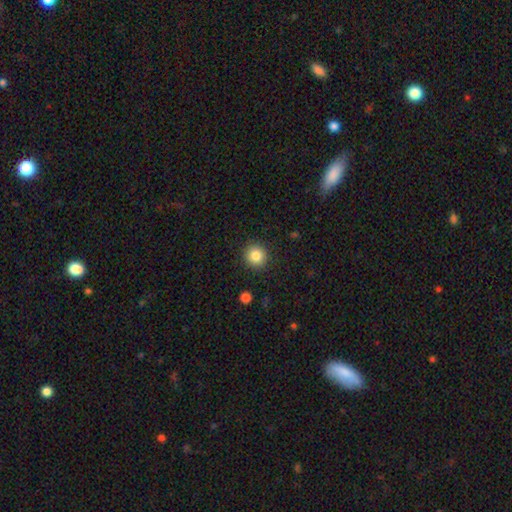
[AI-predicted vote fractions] A smooth galaxy with no disk features (84%) that is round (91%). Merging: none (91%).